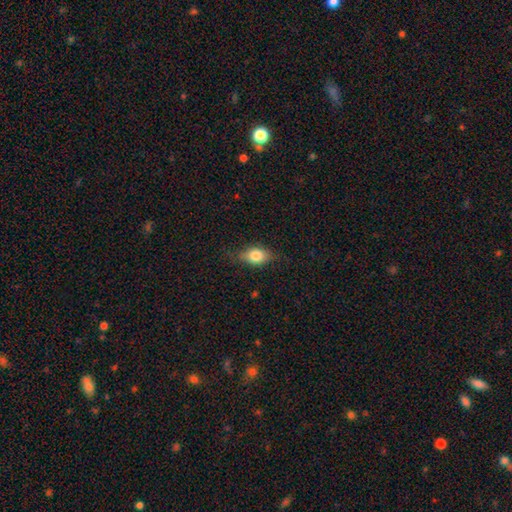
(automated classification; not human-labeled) smooth_or_featured: smooth (p=0.77) [alt: featured or disk p=0.14]
how_rounded: in between (p=0.77) [alt: round p=0.19]
merging: none (p=0.75) [alt: minor disturbance p=0.19]